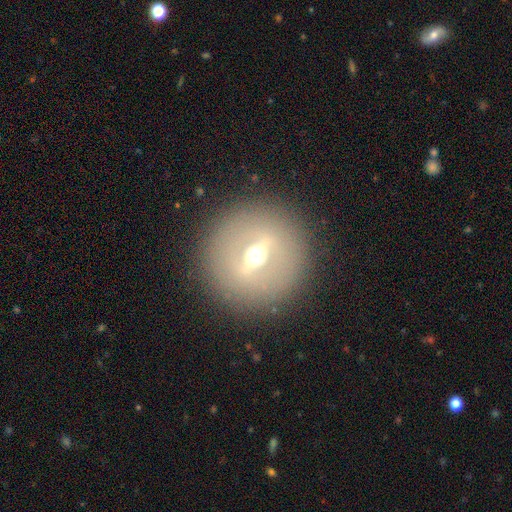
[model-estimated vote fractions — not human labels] A featured or disk galaxy (71%). Merging: none (89%).